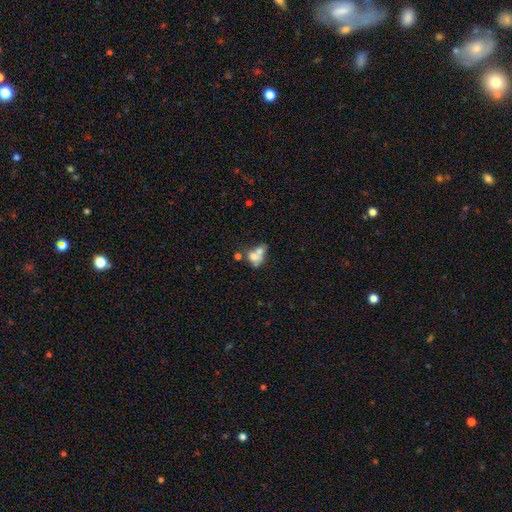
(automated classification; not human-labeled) Smooth or featured? smooth (57%)
How rounded? in between (56%)
Merging? merger (61%)